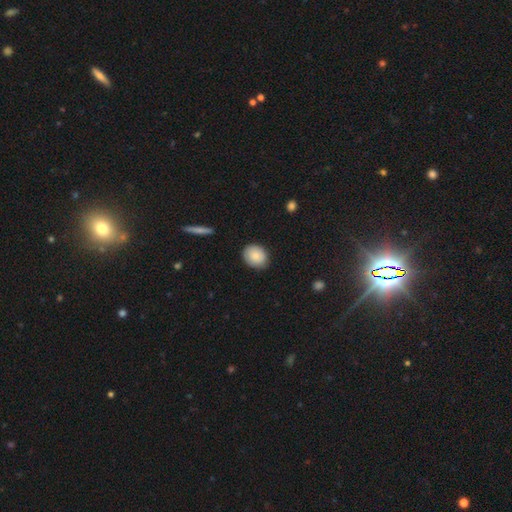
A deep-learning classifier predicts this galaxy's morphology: A smooth galaxy with no disk features (83%) that is round (56%). Merging: none (85%).